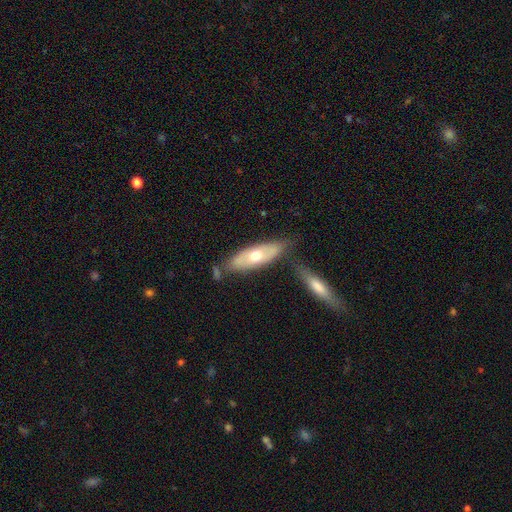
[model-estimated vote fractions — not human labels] smooth-or-featured: smooth: 55% | featured or disk: 39% | star or artifact: 5%
  how-rounded: in between: 59% | cigar-shaped: 39% | round: 2%
  merging: none: 65% | minor disturbance: 17% | merger: 14% | major disturbance: 4%